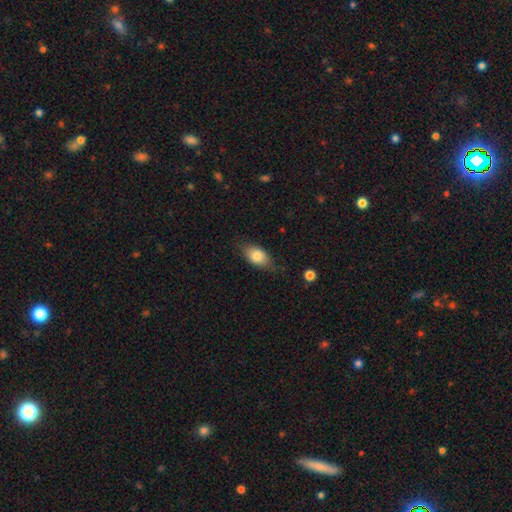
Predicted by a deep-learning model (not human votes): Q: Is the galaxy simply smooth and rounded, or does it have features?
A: smooth — 77%.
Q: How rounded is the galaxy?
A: in between — 85%.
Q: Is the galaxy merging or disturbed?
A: none — 73%.